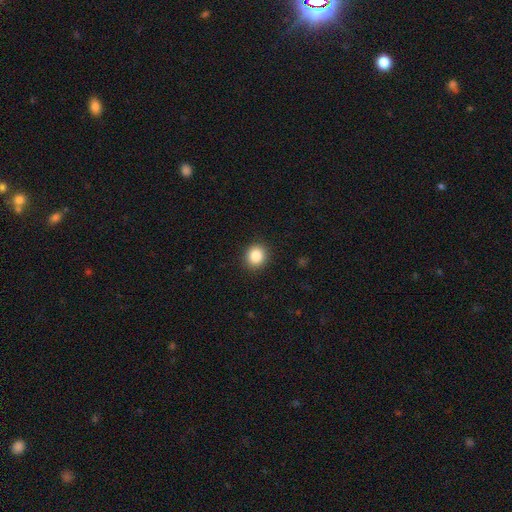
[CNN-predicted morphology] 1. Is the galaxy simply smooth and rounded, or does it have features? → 85% smooth, 10% star or artifact, 5% featured or disk.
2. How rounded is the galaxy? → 86% round, 13% in between, 1% cigar-shaped.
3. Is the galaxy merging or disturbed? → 91% none, 6% minor disturbance, 2% major disturbance, 1% merger.